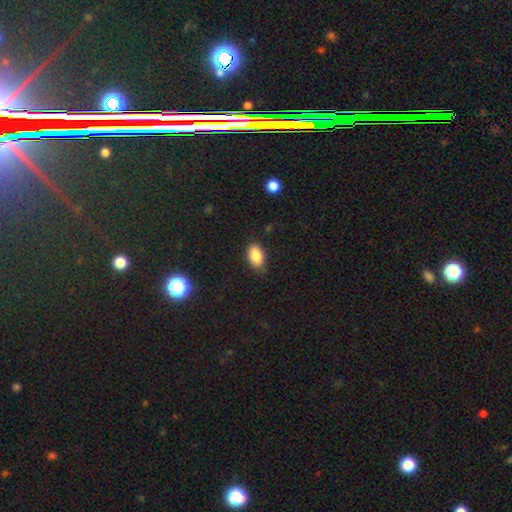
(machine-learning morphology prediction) Smooth or featured? smooth (85%)
How rounded? in between (91%)
Merging? none (82%)